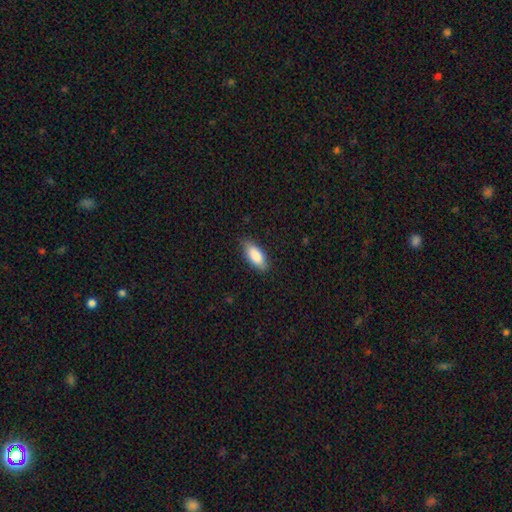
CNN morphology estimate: The model was most divided on "merging": none: 81%, minor disturbance: 15%, major disturbance: 3%, merger: 1%. More confident: smooth or featured — smooth (87%); how rounded — in between (84%).